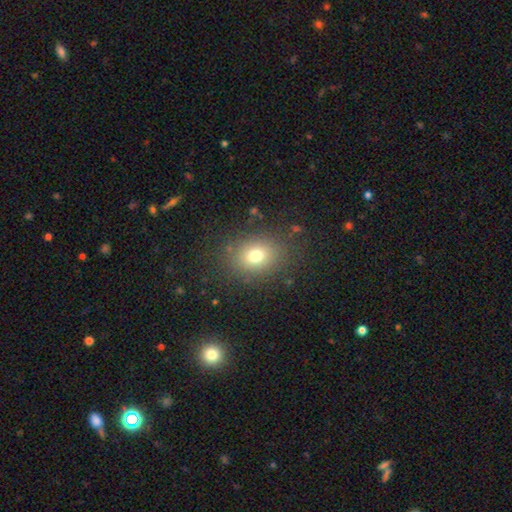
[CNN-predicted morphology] A smooth galaxy with no disk features (74%) that is round (50%).

Vote fractions:
- Smooth or featured? smooth: 74% / star or artifact: 15% / featured or disk: 11%
- How rounded? round: 50% / in between: 49% / cigar-shaped: 1%
- Merging? none: 83% / minor disturbance: 10% / major disturbance: 5% / merger: 1%